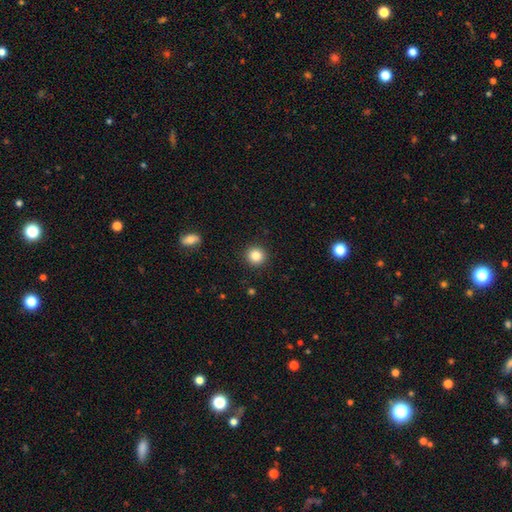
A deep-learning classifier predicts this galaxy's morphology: Smooth or featured? Predicted: smooth (p=0.85). How rounded? Predicted: round (p=0.93). Merging? Predicted: none (p=0.92).